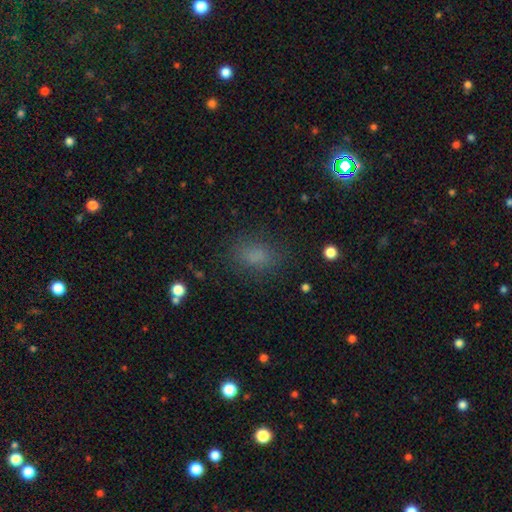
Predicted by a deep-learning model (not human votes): smooth 77%, star or artifact 17%, featured or disk 6%. Down the decision tree: how rounded — in between (75%); merging — none (80%).